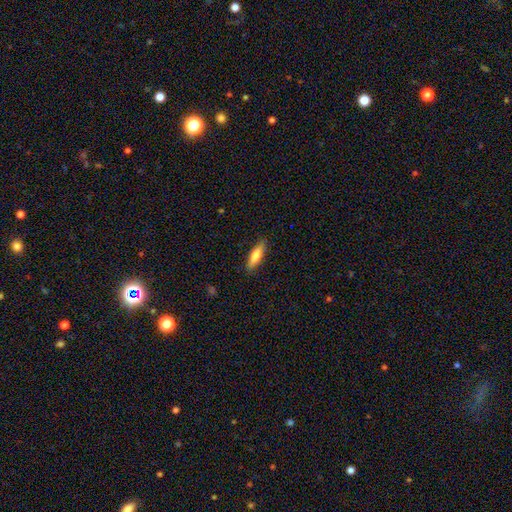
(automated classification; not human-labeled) Smooth or featured? Predicted: smooth (p=0.67). How rounded? Predicted: cigar-shaped (p=0.64). Merging? Predicted: none (p=0.87).